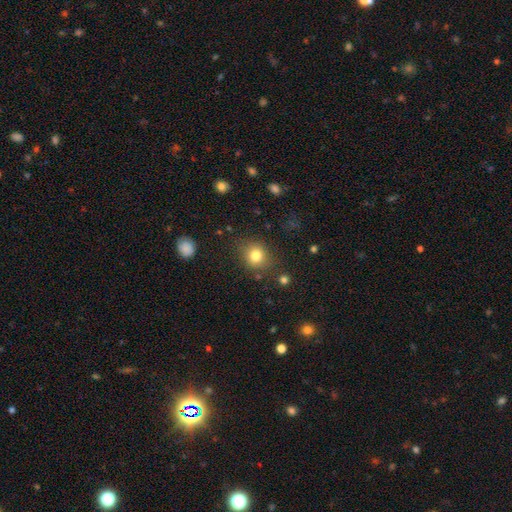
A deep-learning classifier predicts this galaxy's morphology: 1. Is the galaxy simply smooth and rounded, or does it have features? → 81% smooth, 12% star or artifact, 7% featured or disk.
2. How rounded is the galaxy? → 77% round, 22% in between, 1% cigar-shaped.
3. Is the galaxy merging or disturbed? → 81% none, 12% minor disturbance, 4% major disturbance, 3% merger.